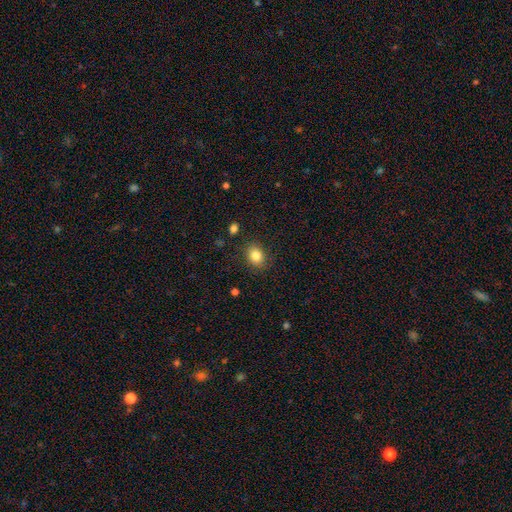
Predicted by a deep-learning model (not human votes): Smooth or featured?
  - smooth: 84% *
  - star or artifact: 10%
  - featured or disk: 6%
How rounded?
  - in between: 52% *
  - round: 47%
  - cigar-shaped: 1%
Merging?
  - none: 86% *
  - minor disturbance: 9%
  - major disturbance: 3%
  - merger: 2%